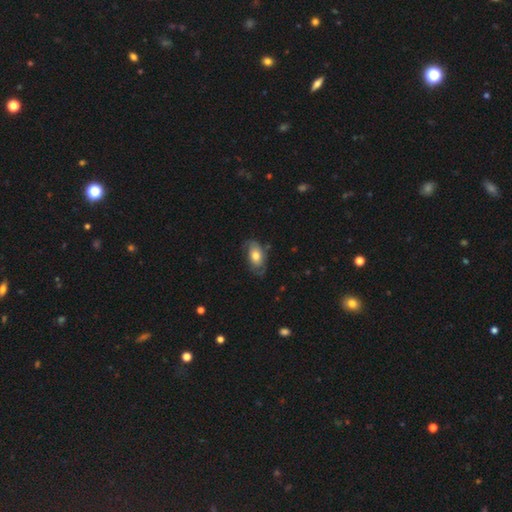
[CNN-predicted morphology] smooth-or-featured: smooth: 57% | featured or disk: 36% | star or artifact: 6%
  how-rounded: in between: 90% | round: 7% | cigar-shaped: 3%
  merging: none: 63% | minor disturbance: 26% | major disturbance: 10% | merger: 2%